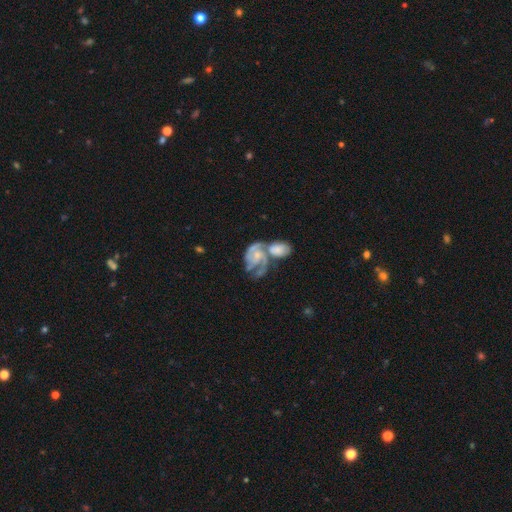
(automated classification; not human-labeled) featured or disk 83%, smooth 12%, star or artifact 5%. Down the decision tree: edge-on disk — no (98%); bar — no (67%); spiral arms — yes (94%); spiral arm count — 2 (59%); spiral winding — medium (46%); bulge size — small (56%); merging — merger (58%).